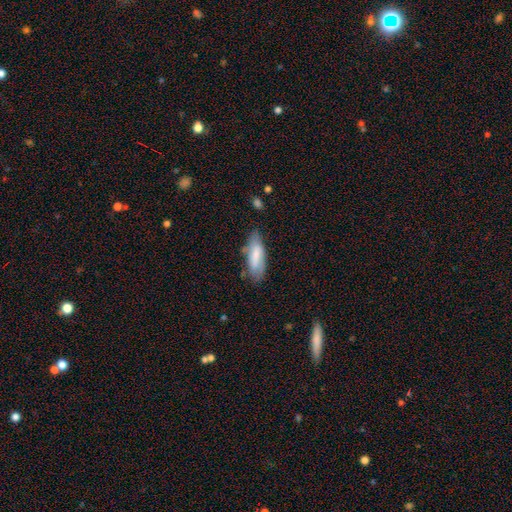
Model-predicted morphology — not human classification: type=smooth (71%); roundness=in between (70%); merging=none (61%).